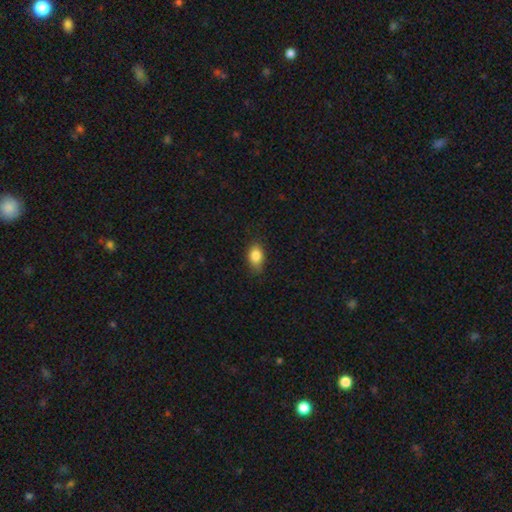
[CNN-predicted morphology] type=smooth (85%); roundness=in between (82%); merging=none (79%).